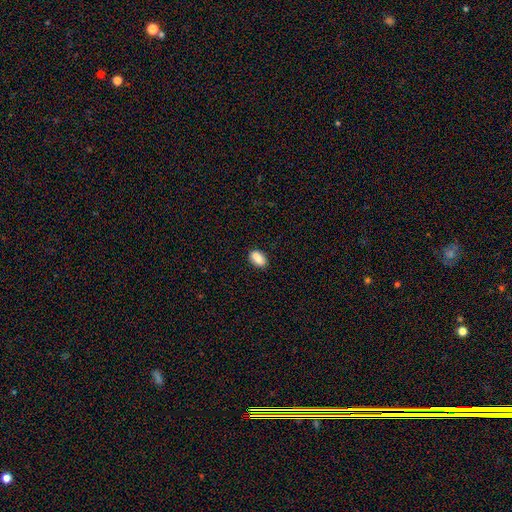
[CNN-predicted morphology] smooth_or_featured: smooth (p=0.82) [alt: featured or disk p=0.10]
how_rounded: in between (p=0.86) [alt: round p=0.10]
merging: none (p=0.69) [alt: minor disturbance p=0.14]